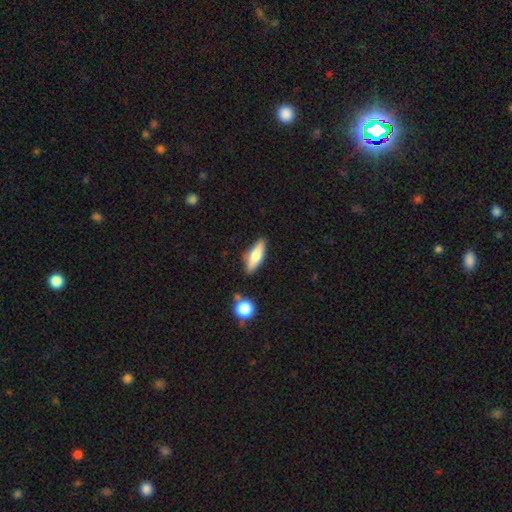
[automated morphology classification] type=smooth (60%); roundness=in between (51%); merging=none (82%).